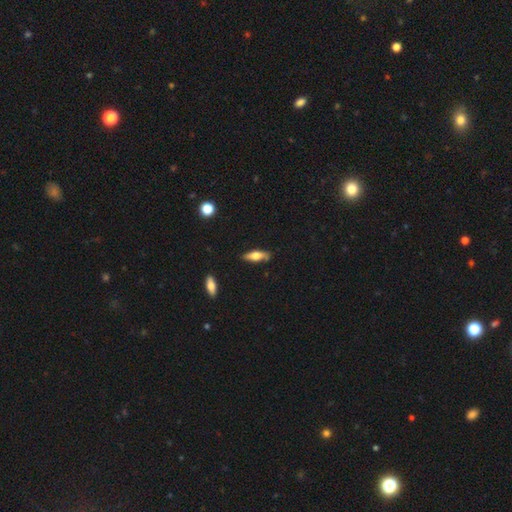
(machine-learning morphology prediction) smooth-or-featured: smooth: 54% | featured or disk: 40% | star or artifact: 6%
  how-rounded: cigar-shaped: 51% | in between: 46% | round: 3%
  merging: none: 82% | minor disturbance: 14% | major disturbance: 3% | merger: 2%